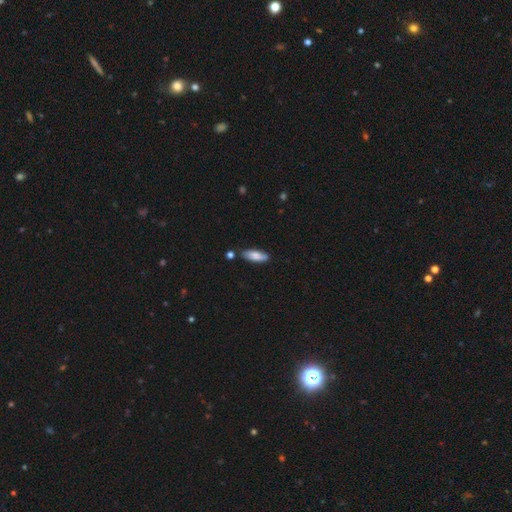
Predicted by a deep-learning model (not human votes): This appears to be a smooth galaxy with no disk features (78%) that is in between round and cigar-shaped (65%). Merging: none (78%).